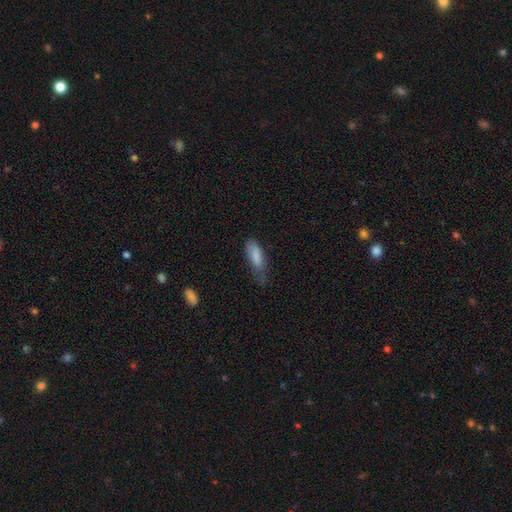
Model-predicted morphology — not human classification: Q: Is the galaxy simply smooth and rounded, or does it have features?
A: smooth — 83%.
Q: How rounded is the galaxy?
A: in between — 58%.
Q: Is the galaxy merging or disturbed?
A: minor disturbance — 40%.